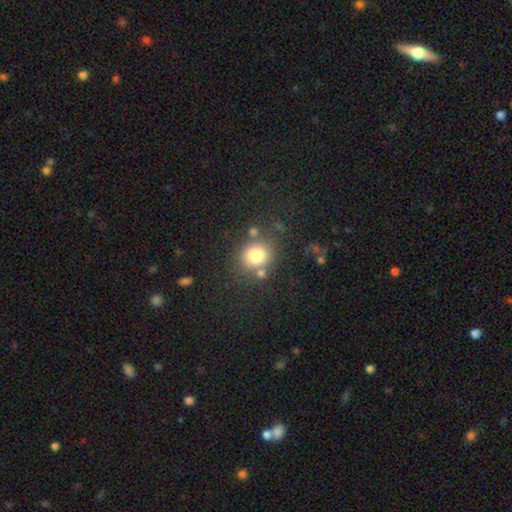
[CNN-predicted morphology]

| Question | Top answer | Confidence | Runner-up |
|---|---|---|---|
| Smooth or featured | smooth | 78% | star or artifact (13%) |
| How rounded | round | 81% | in between (18%) |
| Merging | none | 72% | minor disturbance (12%) |